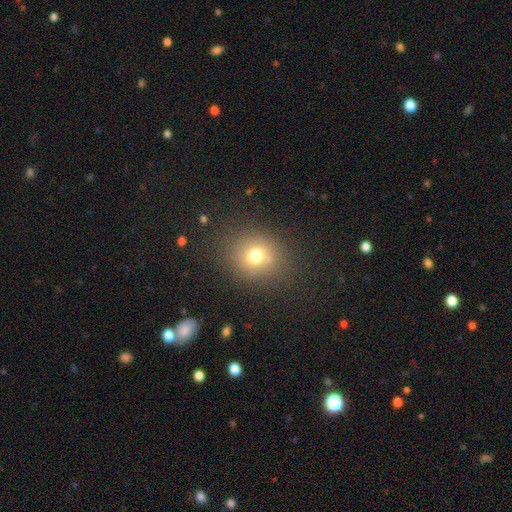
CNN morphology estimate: type=smooth (71%); roundness=round (75%); merging=none (80%).